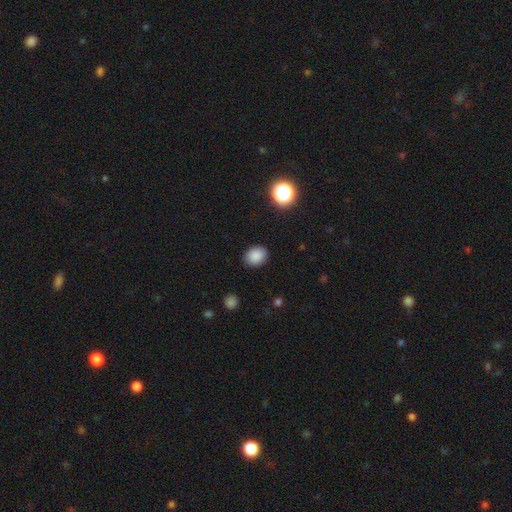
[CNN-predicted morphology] The model was most divided on "how rounded": in between: 53%, round: 46%, cigar-shaped: 1%. More confident: merging — none (86%); smooth or featured — smooth (86%).